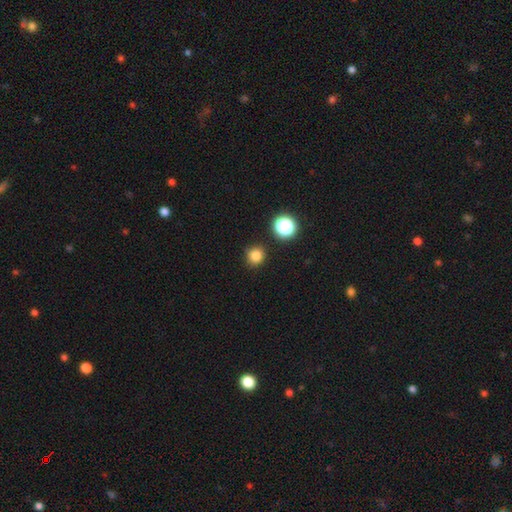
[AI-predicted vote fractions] smooth_or_featured: smooth (p=0.81) [alt: star or artifact p=0.15]
how_rounded: round (p=0.92) [alt: in between p=0.07]
merging: none (p=0.87) [alt: minor disturbance p=0.08]